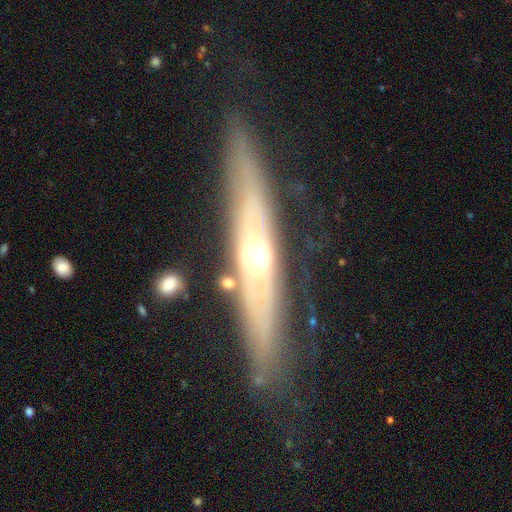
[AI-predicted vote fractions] smooth-or-featured: featured or disk: 71% | smooth: 23% | star or artifact: 7%
  disk-edge-on: yes: 81% | no: 19%
    edge-on-bulge: rounded: 85% | none: 12% | boxy: 4%
  merging: none: 81% | minor disturbance: 12% | major disturbance: 4% | merger: 2%